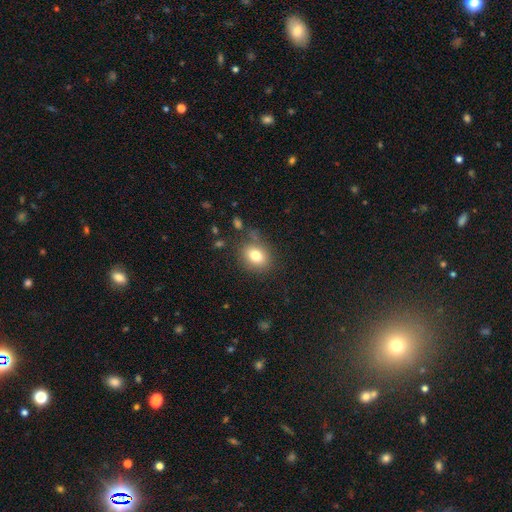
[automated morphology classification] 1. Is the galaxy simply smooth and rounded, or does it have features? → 79% smooth, 11% star or artifact, 10% featured or disk.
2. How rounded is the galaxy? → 51% in between, 48% round, 1% cigar-shaped.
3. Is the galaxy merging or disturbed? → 77% none, 14% minor disturbance, 5% major disturbance, 4% merger.